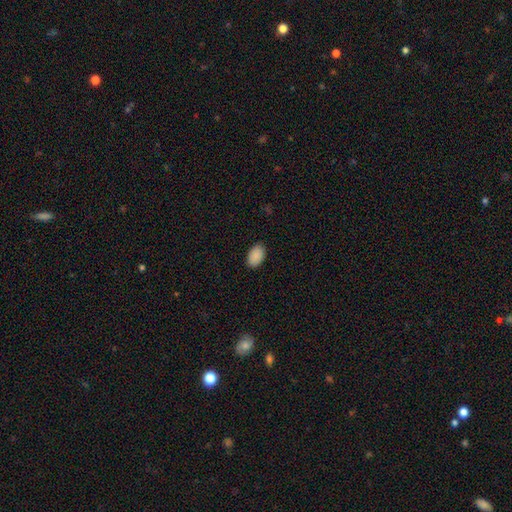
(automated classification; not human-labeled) Q: Smooth or featured?
A: smooth (90%); runner-up: star or artifact (7%)
Q: How rounded?
A: in between (93%); runner-up: round (6%)
Q: Merging?
A: none (88%); runner-up: minor disturbance (9%)